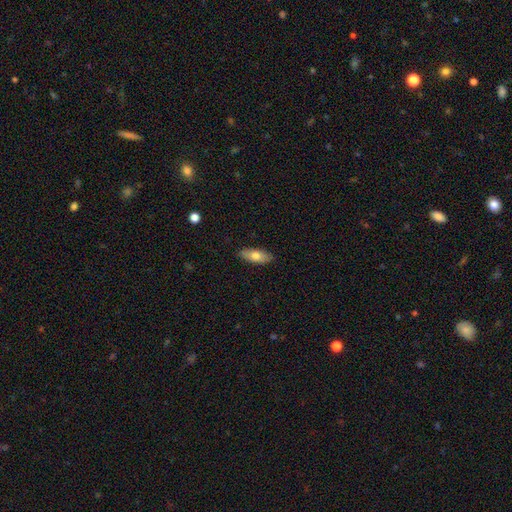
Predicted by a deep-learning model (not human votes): Morphology: type=smooth (72%); roundness=in between (76%); merging=none (87%).